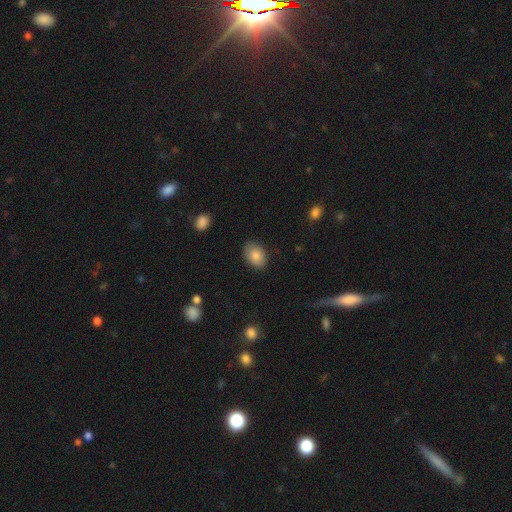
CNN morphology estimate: A smooth galaxy with no disk features (84%) that is in between round and cigar-shaped (80%).

Vote fractions:
- Smooth or featured? smooth: 84% / featured or disk: 9% / star or artifact: 8%
- How rounded? in between: 80% / round: 19% / cigar-shaped: 1%
- Merging? none: 82% / minor disturbance: 14% / major disturbance: 3% / merger: 1%